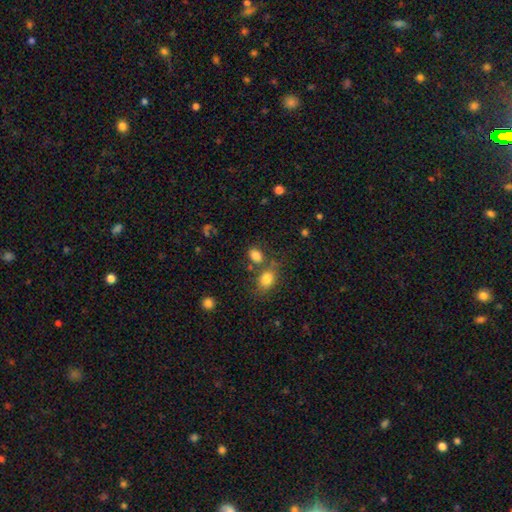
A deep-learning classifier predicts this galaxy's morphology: smooth 81%, star or artifact 12%, featured or disk 7%. Down the decision tree: how rounded — in between (74%); merging — none (62%).